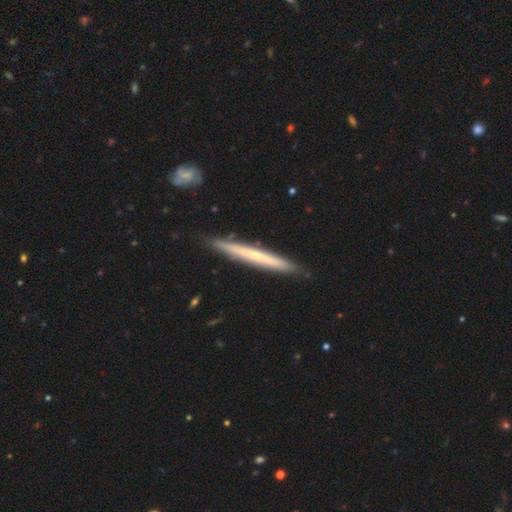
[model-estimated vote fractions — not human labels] Overall: featured or disk (56%; smooth 38%). Edge-on disk: yes (94%). Edge-on bulge: none (74%). Merging: none (88%).